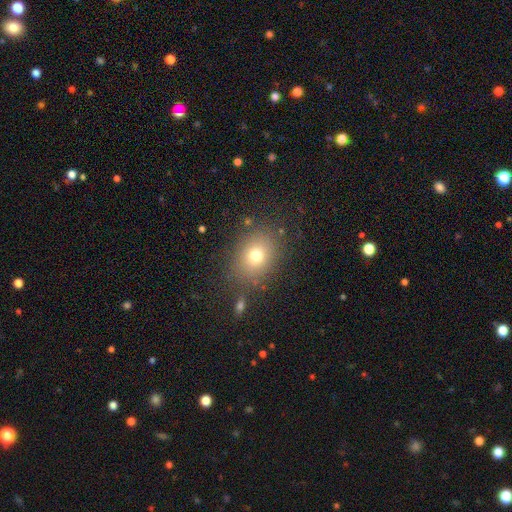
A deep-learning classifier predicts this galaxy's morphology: A smooth galaxy with no disk features (75%) that is in between round and cigar-shaped (52%). Merging: none (82%).